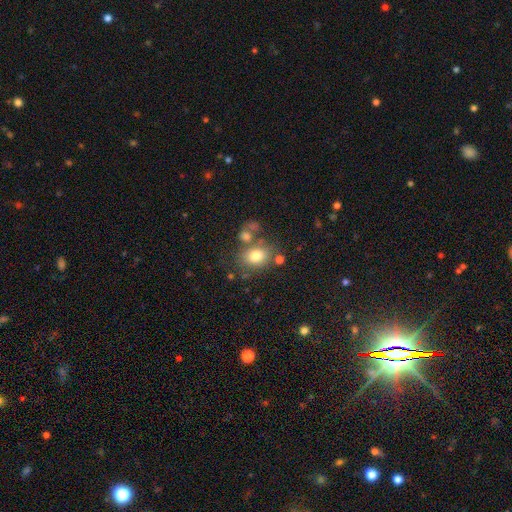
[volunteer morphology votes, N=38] smooth_or_featured: smooth (p=0.76) [alt: featured or disk p=0.21]
how_rounded: in between (p=0.52) [alt: round p=0.48]
merging: none (p=0.54) [alt: minor disturbance p=0.22]